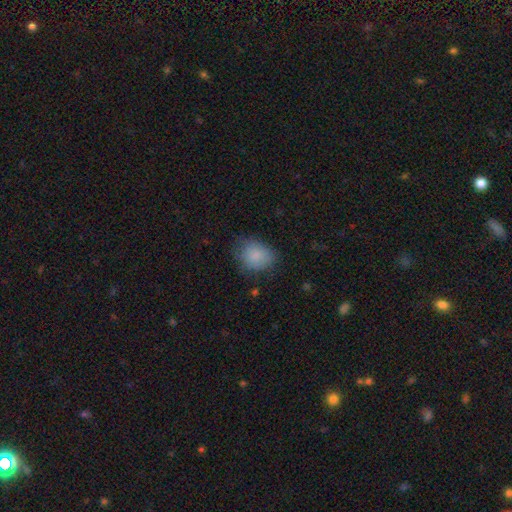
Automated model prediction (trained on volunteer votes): smooth_or_featured: smooth (p=0.84) [alt: star or artifact p=0.09]
how_rounded: in between (p=0.54) [alt: round p=0.45]
merging: none (p=0.67) [alt: minor disturbance p=0.25]